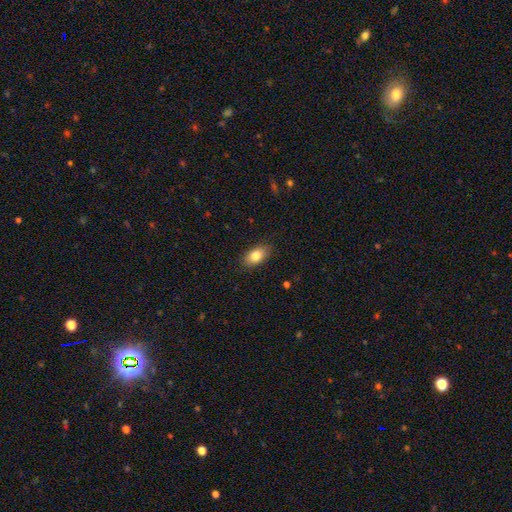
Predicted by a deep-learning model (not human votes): smooth_or_featured: smooth (p=0.82) [alt: featured or disk p=0.10]
how_rounded: in between (p=0.89) [alt: round p=0.08]
merging: none (p=0.85) [alt: minor disturbance p=0.11]